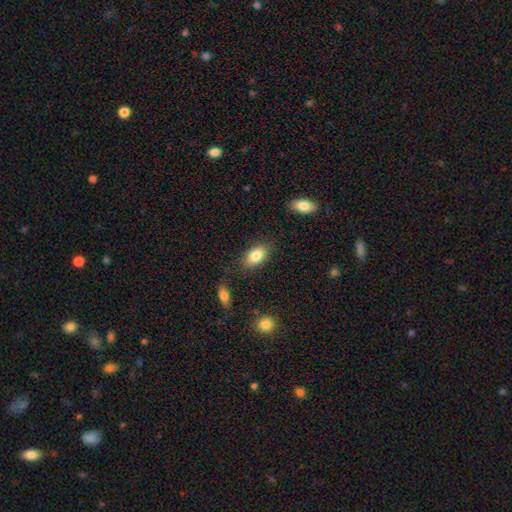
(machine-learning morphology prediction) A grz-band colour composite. It shows a smooth galaxy with no disk features (83%) that is in between round and cigar-shaped (90%). Merging: none (81%).